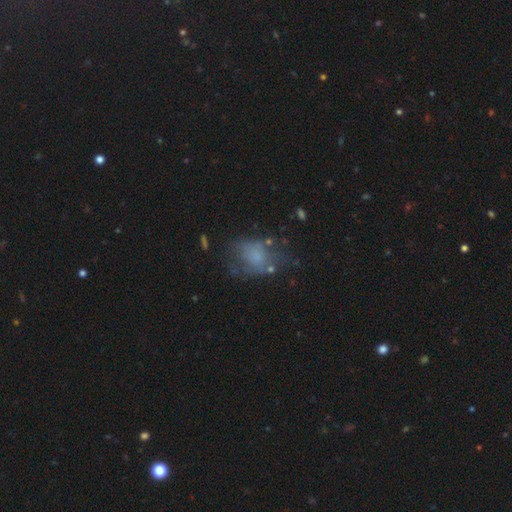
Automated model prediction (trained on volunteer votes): This is possibly a smooth galaxy (57%). How rounded: likely in between (63%). Merging: marginally none (41%).